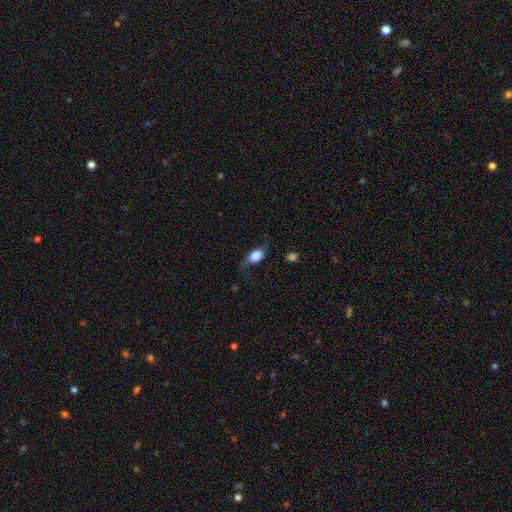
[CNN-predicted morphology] Overall: smooth (62%; featured or disk 28%). How rounded: in between (81%). Merging: none (52%; minor disturbance 25%).